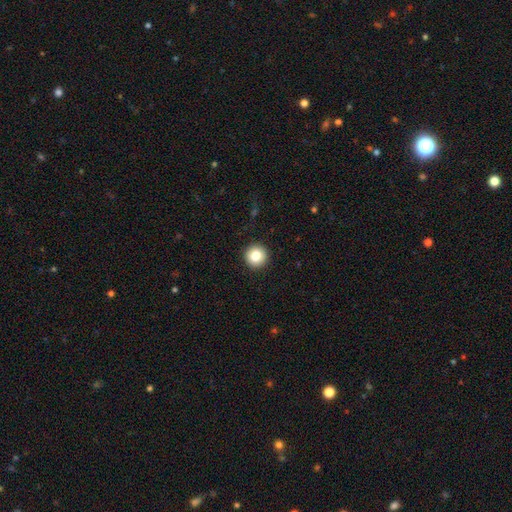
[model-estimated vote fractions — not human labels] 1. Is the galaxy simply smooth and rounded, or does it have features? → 82% smooth, 10% star or artifact, 8% featured or disk.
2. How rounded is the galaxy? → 96% round, 3% in between, 1% cigar-shaped.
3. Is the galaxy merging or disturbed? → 93% none, 5% minor disturbance, 2% major disturbance, 1% merger.